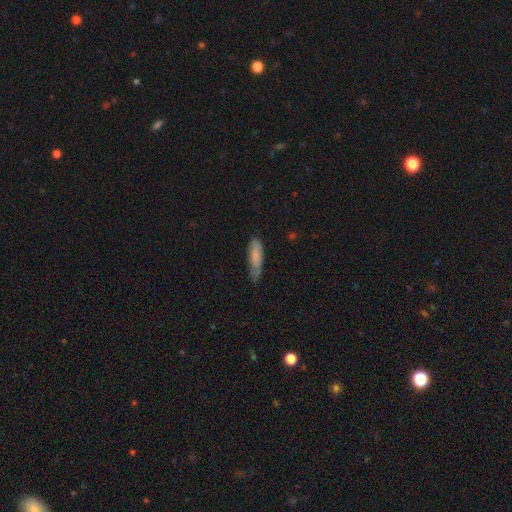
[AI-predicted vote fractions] The model was most divided on "merging": none: 59%, minor disturbance: 32%, major disturbance: 7%, merger: 2%. More confident: smooth or featured — smooth (81%); how rounded — cigar-shaped (70%).